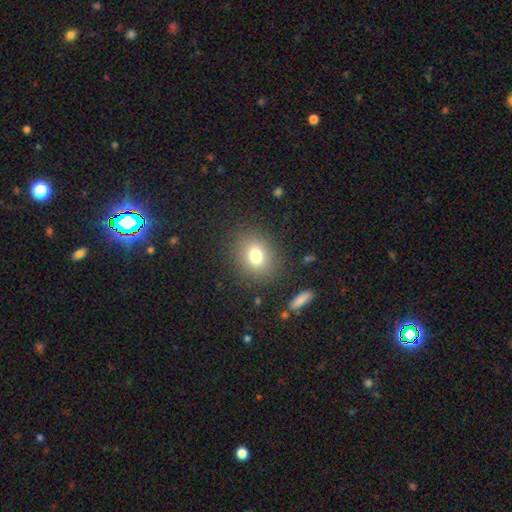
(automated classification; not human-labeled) smooth-or-featured: smooth: 77% | star or artifact: 13% | featured or disk: 11%
  how-rounded: round: 53% | in between: 45% | cigar-shaped: 1%
  merging: none: 85% | minor disturbance: 9% | major disturbance: 4% | merger: 2%